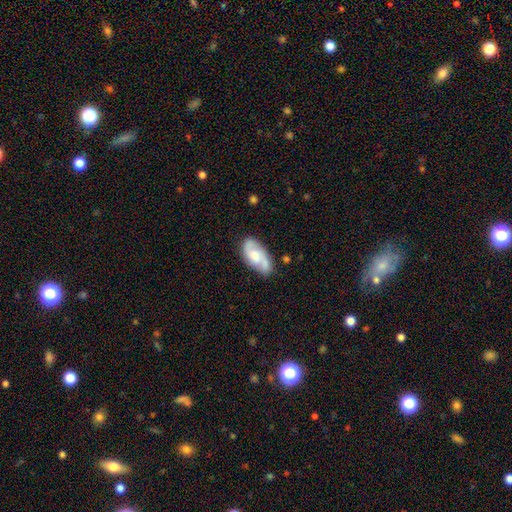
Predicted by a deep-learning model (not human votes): Smooth or featured: featured or disk — 63% (smooth — 31%)
Edge-on disk: no — 95% (yes — 5%)
Bar: no — 56% (weak — 38%)
Spiral arms: yes — 91% (no — 9%)
Spiral winding: medium — 47% (loose — 31%)
Spiral arm count: 2 — 83% (can't tell — 9%)
Bulge size: moderate — 44% (small — 24%)
Merging: none — 70% (minor disturbance — 21%)